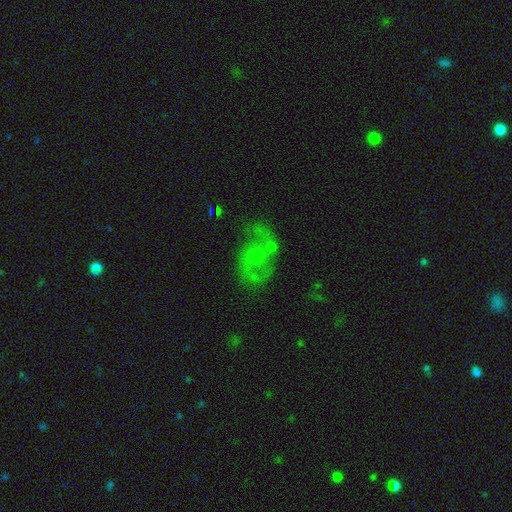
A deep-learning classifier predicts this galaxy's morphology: smooth-or-featured: featured or disk: 55% | smooth: 28% | star or artifact: 17%
  disk-edge-on: no: 97% | yes: 3%
    bar: no: 75% | weak: 21% | strong: 3%
    has-spiral-arms: yes: 62% | no: 38%
    bulge-size: small: 42% | none: 29% | moderate: 24% | large: 3% | dominant: 2%
  merging: none: 49% | minor disturbance: 21% | major disturbance: 21% | merger: 9%